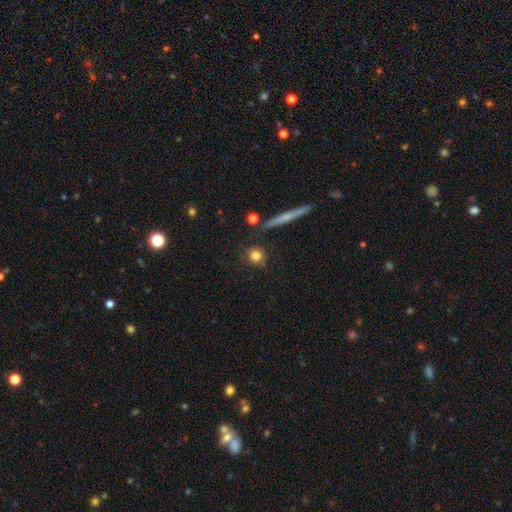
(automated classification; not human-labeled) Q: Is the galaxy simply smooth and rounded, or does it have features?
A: smooth — 81%.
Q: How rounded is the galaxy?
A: round — 84%.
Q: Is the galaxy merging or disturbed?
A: none — 82%.